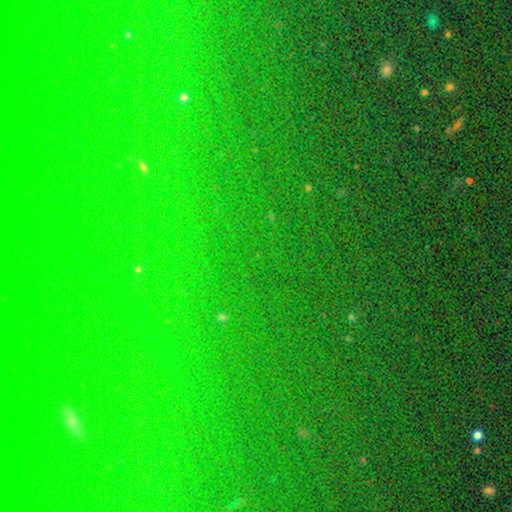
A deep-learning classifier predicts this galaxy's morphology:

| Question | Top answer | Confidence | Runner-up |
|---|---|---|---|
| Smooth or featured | star or artifact | 79% | smooth (13%) |